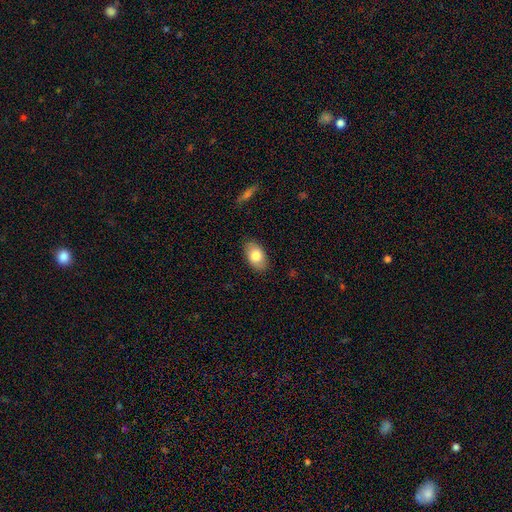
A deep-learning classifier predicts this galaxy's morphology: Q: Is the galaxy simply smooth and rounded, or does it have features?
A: smooth — 81%.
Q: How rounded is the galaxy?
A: in between — 92%.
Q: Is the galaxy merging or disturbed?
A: none — 87%.